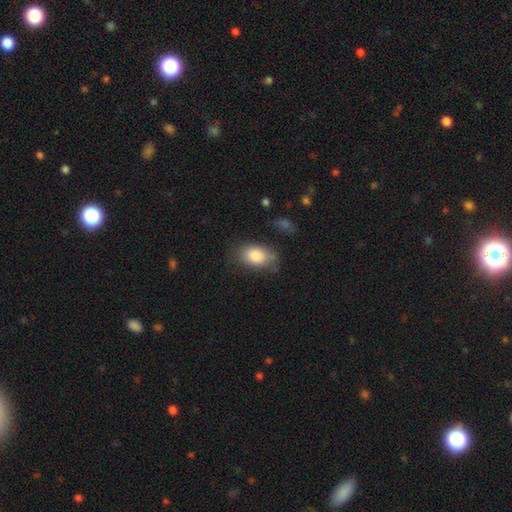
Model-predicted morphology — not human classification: The model was most divided on "merging": none: 68%, minor disturbance: 22%, major disturbance: 7%, merger: 3%. More confident: how rounded — in between (87%); smooth or featured — smooth (84%).